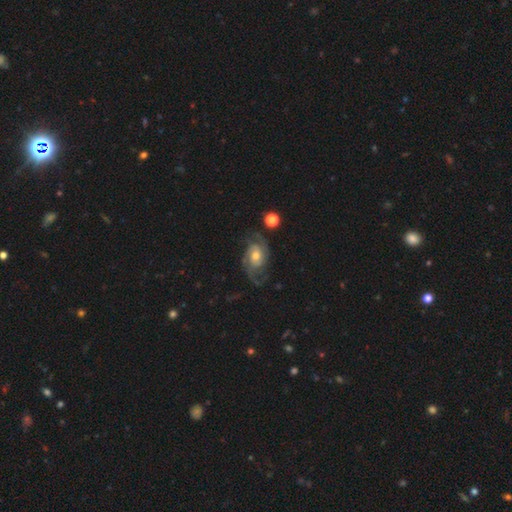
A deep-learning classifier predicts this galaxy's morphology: featured or disk 85%, smooth 9%, star or artifact 6%. Down the decision tree: edge-on disk — no (97%); bar — no (64%); spiral arms — yes (96%); spiral arm count — 2 (74%); spiral winding — medium (46%); bulge size — moderate (65%); merging — none (69%).